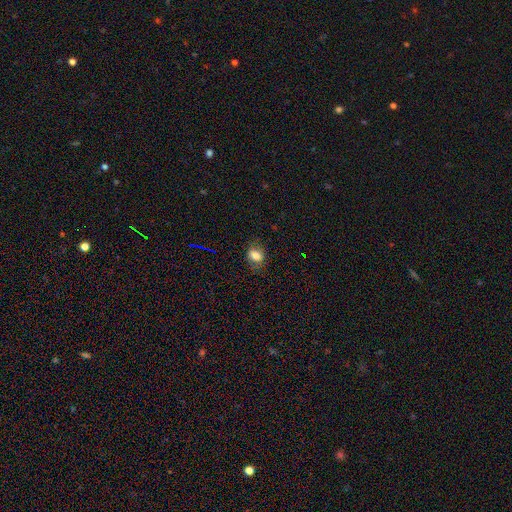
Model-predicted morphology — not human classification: smooth_or_featured: smooth (p=0.76) [alt: featured or disk p=0.12]
how_rounded: in between (p=0.64) [alt: round p=0.34]
merging: none (p=0.77) [alt: minor disturbance p=0.17]